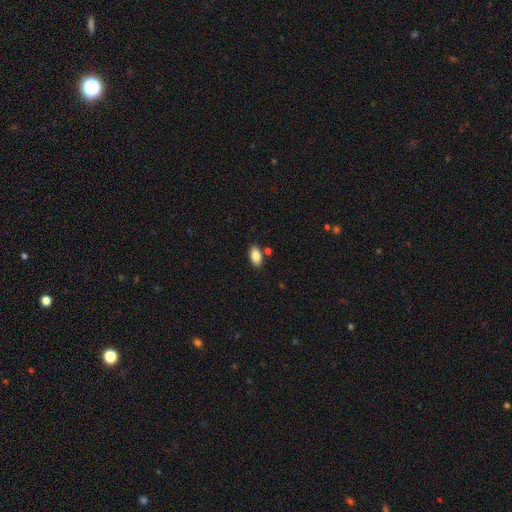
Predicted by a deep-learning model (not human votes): smooth_or_featured: smooth (p=0.86) [alt: star or artifact p=0.07]
how_rounded: in between (p=0.93) [alt: cigar-shaped p=0.04]
merging: none (p=0.80) [alt: minor disturbance p=0.11]